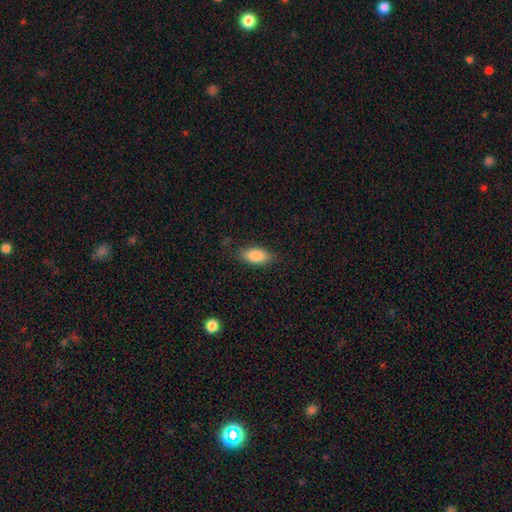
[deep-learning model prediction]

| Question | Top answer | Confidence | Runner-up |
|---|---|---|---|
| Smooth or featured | smooth | 87% | star or artifact (7%) |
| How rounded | in between | 89% | cigar-shaped (8%) |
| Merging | none | 83% | minor disturbance (12%) |